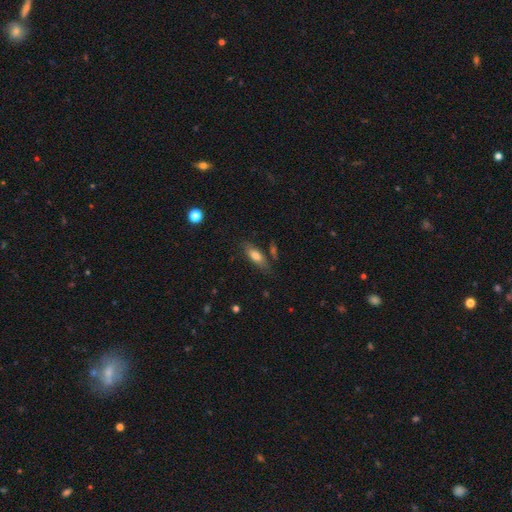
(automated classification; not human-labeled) Smooth or featured? Predicted: smooth (p=0.73). How rounded? Predicted: in between (p=0.72). Merging? Predicted: none (p=0.73).